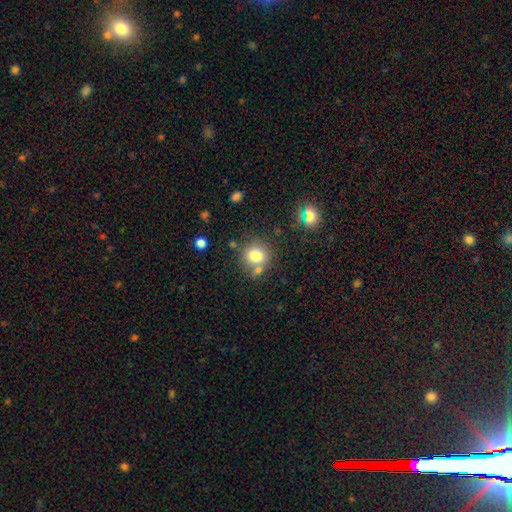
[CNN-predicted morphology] Smooth or featured? Predicted: smooth (p=0.78). How rounded? Predicted: round (p=0.81). Merging? Predicted: none (p=0.65).